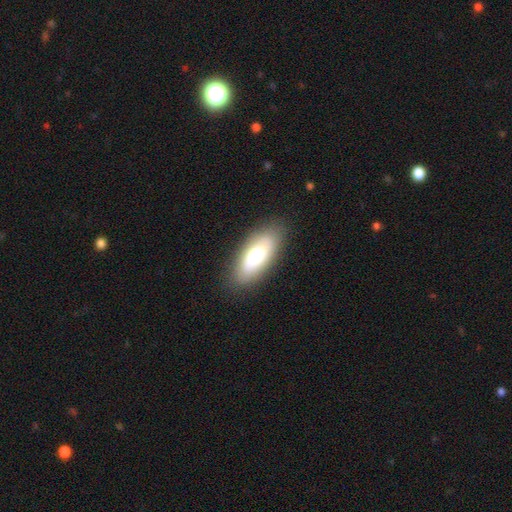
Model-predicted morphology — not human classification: smooth-or-featured: smooth: 71% | featured or disk: 23% | star or artifact: 6%
  how-rounded: in between: 83% | cigar-shaped: 14% | round: 2%
  merging: none: 86% | minor disturbance: 10% | major disturbance: 3% | merger: 1%